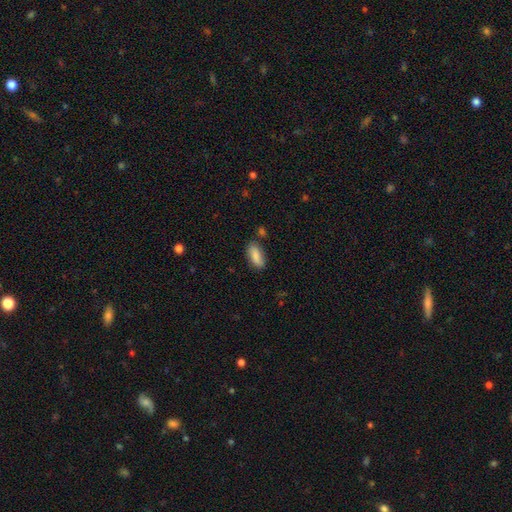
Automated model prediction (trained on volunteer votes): This is clearly a smooth galaxy (86%). How rounded: clearly in between (84%). Merging: likely none (76%).